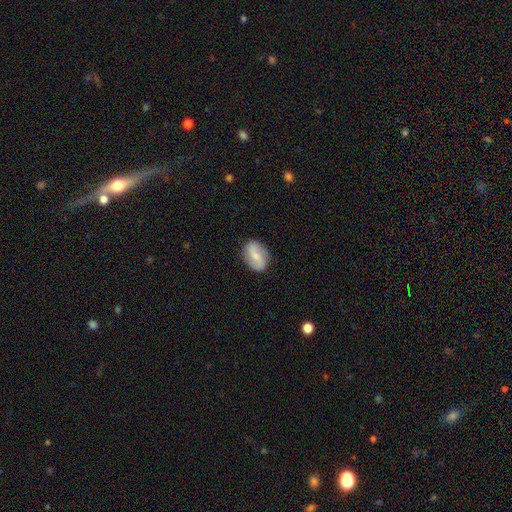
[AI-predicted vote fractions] smooth-or-featured: featured or disk: 58% | smooth: 36% | star or artifact: 6%
  disk-edge-on: no: 96% | yes: 4%
    bar: weak: 42% | strong: 34% | no: 24%
    has-spiral-arms: yes: 86% | no: 14%
    bulge-size: small: 57% | moderate: 30% | none: 9% | large: 2% | dominant: 1%
  merging: none: 84% | minor disturbance: 12% | major disturbance: 3% | merger: 1%